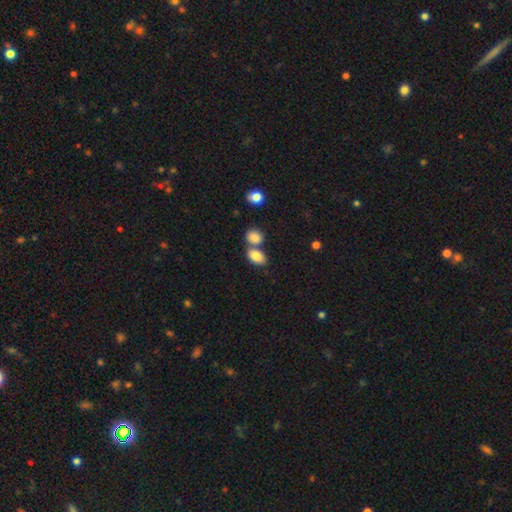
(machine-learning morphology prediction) Q: Smooth or featured?
A: smooth (85%); runner-up: star or artifact (8%)
Q: How rounded?
A: in between (85%); runner-up: round (13%)
Q: Merging?
A: none (46%); runner-up: merger (41%)